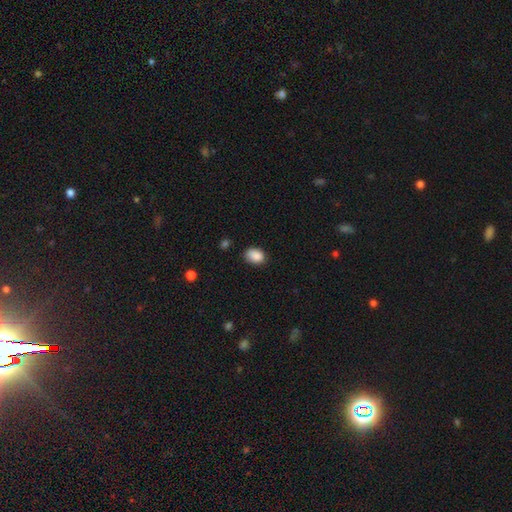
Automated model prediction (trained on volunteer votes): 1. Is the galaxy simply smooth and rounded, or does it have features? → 88% smooth, 8% star or artifact, 3% featured or disk.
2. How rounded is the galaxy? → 77% in between, 22% round, 1% cigar-shaped.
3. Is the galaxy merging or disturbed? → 77% none, 18% minor disturbance, 3% major disturbance, 2% merger.